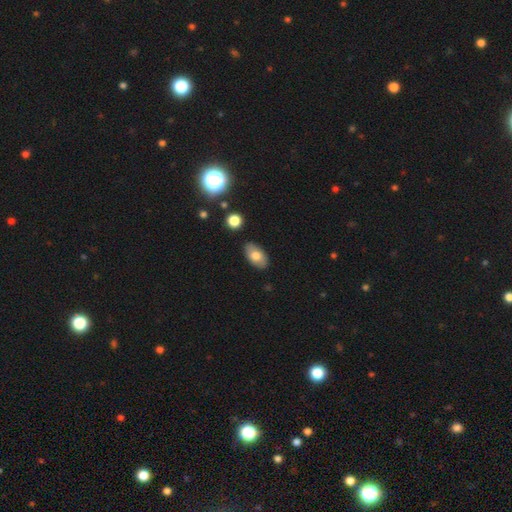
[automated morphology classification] This appears to be a smooth galaxy with no disk features (76%) that is in between round and cigar-shaped (93%). Merging: none (85%).